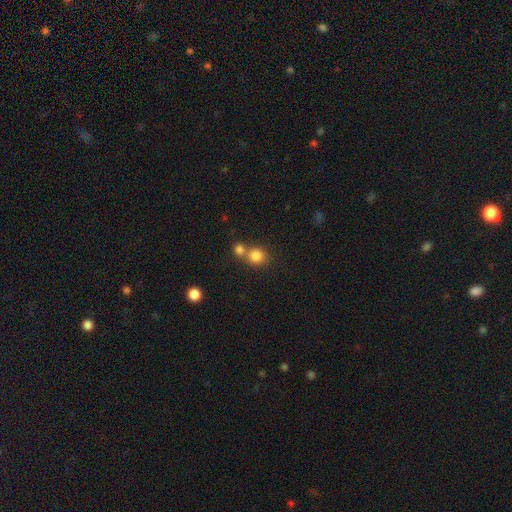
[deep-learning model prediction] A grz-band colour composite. It shows a smooth galaxy with no disk features (82%) that is round (82%). Merging: none (49%).